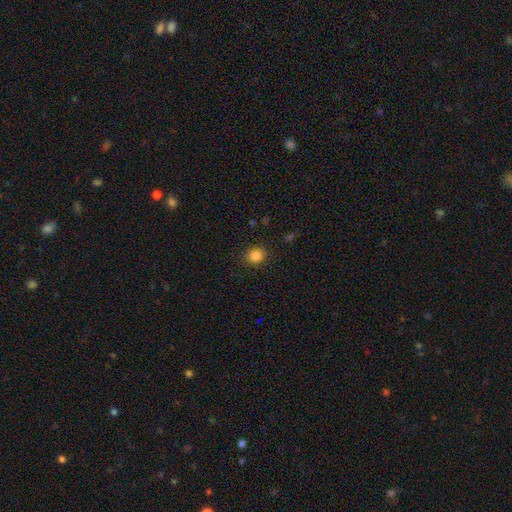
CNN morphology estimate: This appears to be a smooth galaxy with no disk features (84%) that is round (71%). Merging: none (87%).